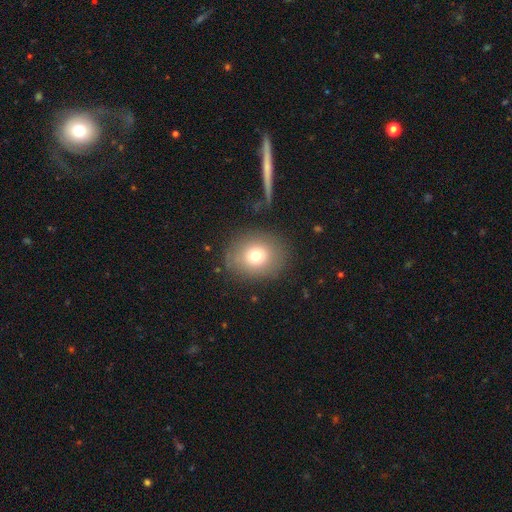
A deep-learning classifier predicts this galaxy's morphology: type=smooth (73%); roundness=round (68%); merging=none (83%).